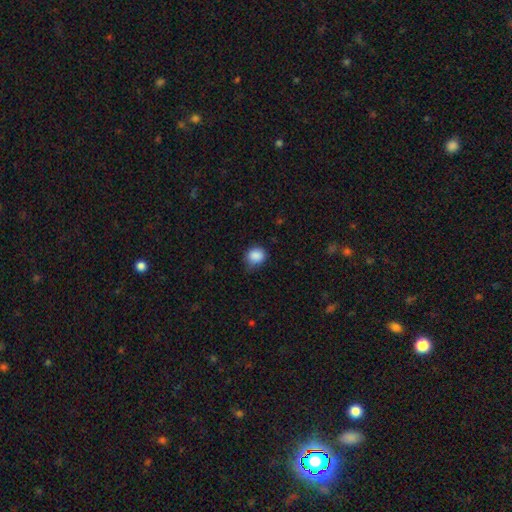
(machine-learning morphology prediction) The model was most divided on "merging": none: 62%, minor disturbance: 31%, major disturbance: 6%, merger: 1%. More confident: smooth or featured — smooth (87%); how rounded — round (73%).